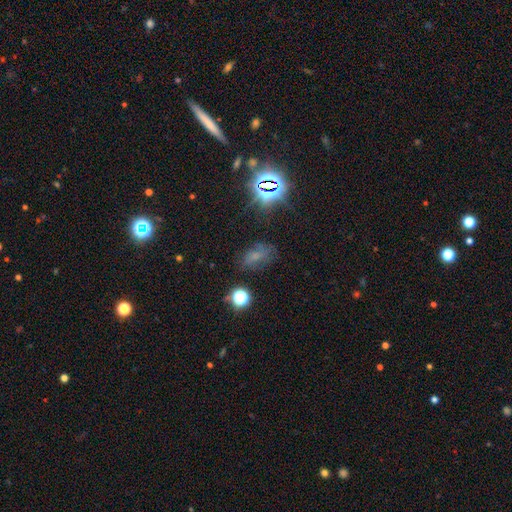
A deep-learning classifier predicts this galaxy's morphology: Smooth or featured?
  - smooth: 49% *
  - star or artifact: 34%
  - featured or disk: 17%
Merging?
  - none: 62% *
  - minor disturbance: 23%
  - major disturbance: 12%
  - merger: 3%